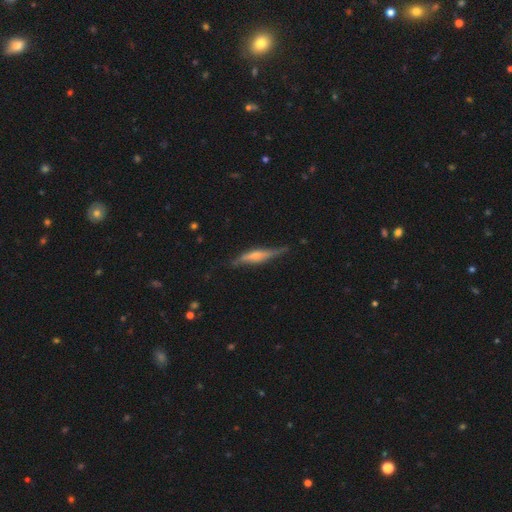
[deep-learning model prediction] A featured or disk galaxy (58%) viewed edge-on (92%) with a rounded central bulge (61%).

Vote fractions:
- Smooth or featured? featured or disk: 58% / smooth: 35% / star or artifact: 6%
- Edge-on disk? yes: 92% / no: 8%
- Edge-on bulge? rounded: 61% / boxy: 20% / none: 19%
- Merging? none: 71% / minor disturbance: 22% / major disturbance: 5% / merger: 2%